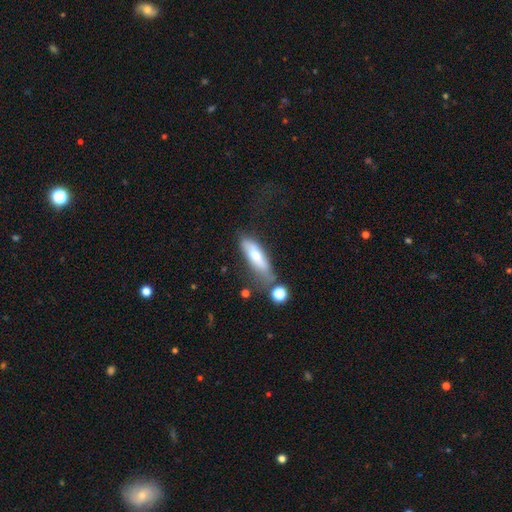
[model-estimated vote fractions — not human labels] Overall: smooth (64%; featured or disk 29%). How rounded: cigar-shaped (53%; in between 45%). Merging: none (48%; minor disturbance 27%).